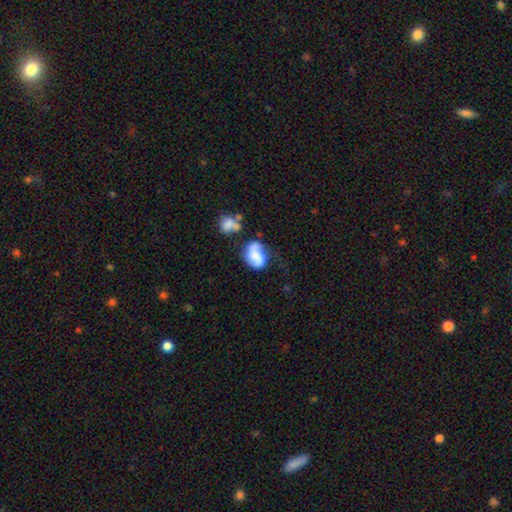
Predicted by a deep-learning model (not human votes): Smooth or featured? Predicted: featured or disk (p=0.47). Merging? Predicted: none (p=0.37).